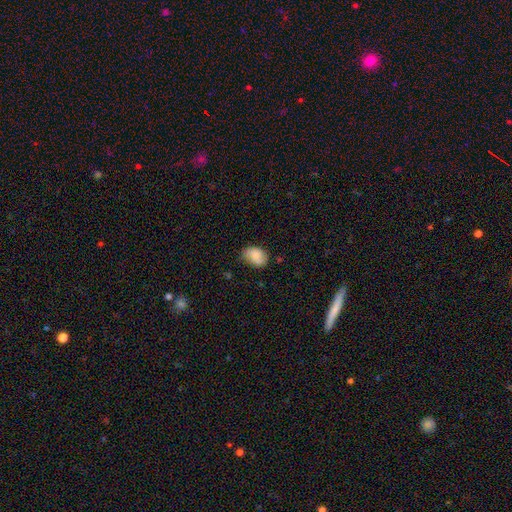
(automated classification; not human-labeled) The model was most divided on "merging": none: 60%, minor disturbance: 31%, major disturbance: 7%, merger: 3%. More confident: smooth or featured — smooth (77%); how rounded — in between (76%).